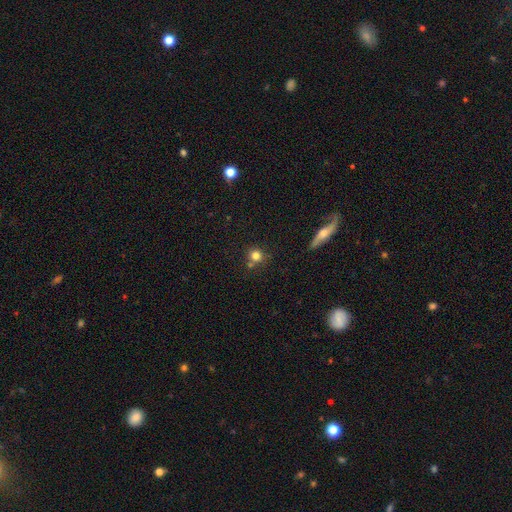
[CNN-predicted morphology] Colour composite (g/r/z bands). It shows a smooth galaxy with no disk features (78%) that is round (90%). Merging: none (68%).